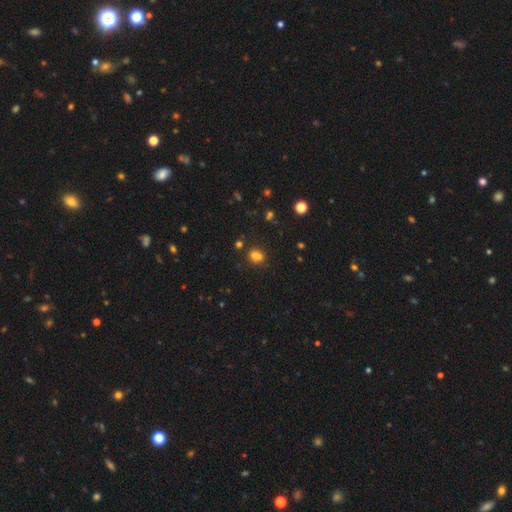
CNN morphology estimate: A smooth galaxy with no disk features (65%) that is round (71%). Merging: merger (46%).